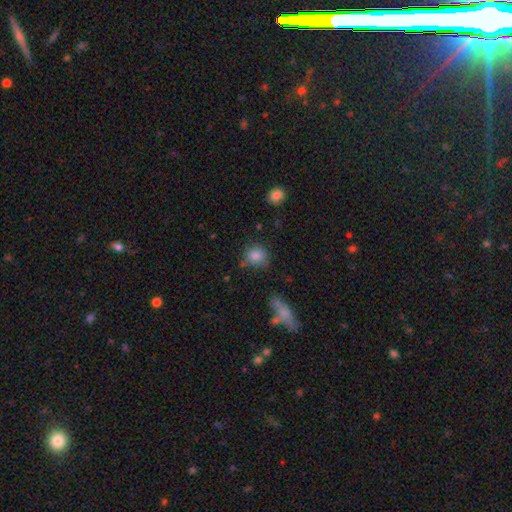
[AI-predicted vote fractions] A smooth galaxy with no disk features (82%) that is round (81%). Merging: none (72%).